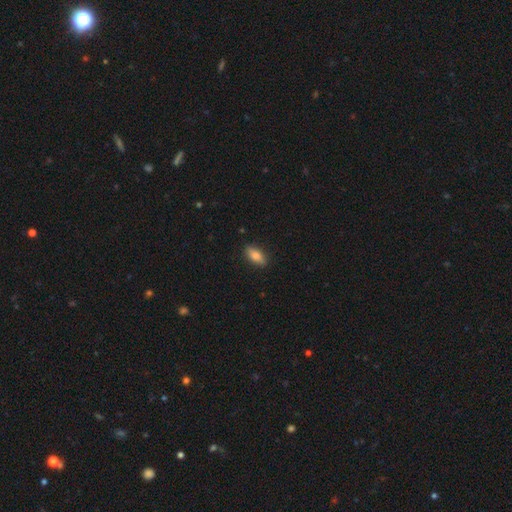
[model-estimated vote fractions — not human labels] A smooth galaxy with no disk features (82%) that is in between round and cigar-shaped (83%).

Vote fractions:
- Smooth or featured? smooth: 82% / featured or disk: 11% / star or artifact: 7%
- How rounded? in between: 83% / cigar-shaped: 14% / round: 3%
- Merging? none: 87% / minor disturbance: 10% / major disturbance: 2% / merger: 1%